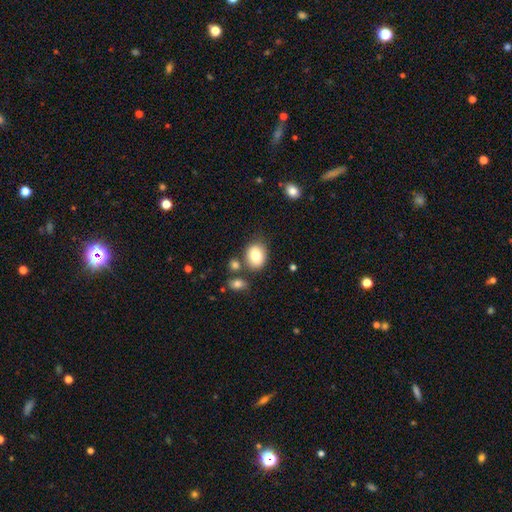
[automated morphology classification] Q: Smooth or featured?
A: smooth (80%); runner-up: featured or disk (11%)
Q: How rounded?
A: in between (56%); runner-up: round (43%)
Q: Merging?
A: none (71%); runner-up: minor disturbance (13%)